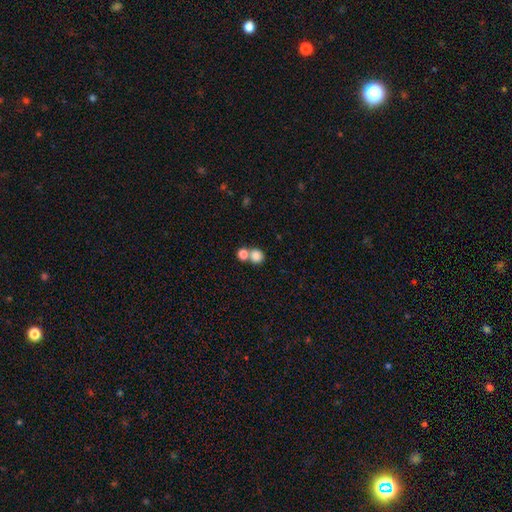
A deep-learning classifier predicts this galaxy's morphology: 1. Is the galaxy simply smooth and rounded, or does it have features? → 82% smooth, 10% star or artifact, 7% featured or disk.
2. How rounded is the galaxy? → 85% round, 14% in between, 1% cigar-shaped.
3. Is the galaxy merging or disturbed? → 46% none, 44% merger, 6% minor disturbance, 3% major disturbance.